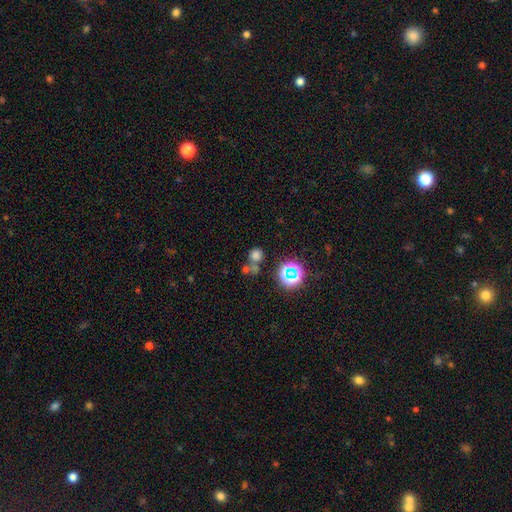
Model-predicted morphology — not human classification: smooth_or_featured: smooth (p=0.66) [alt: star or artifact p=0.26]
how_rounded: round (p=0.87) [alt: in between p=0.11]
merging: none (p=0.55) [alt: merger p=0.31]